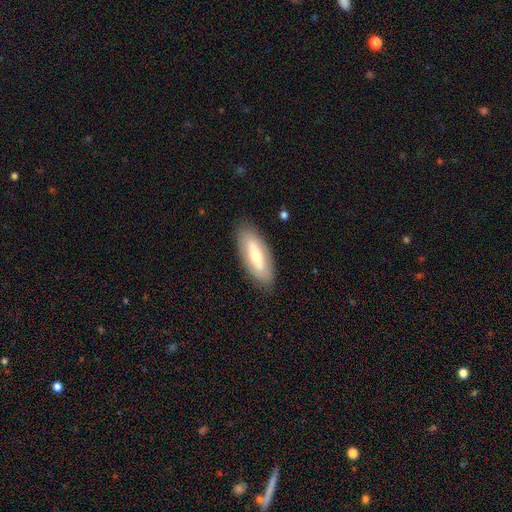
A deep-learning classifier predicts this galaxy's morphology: Overall: smooth (55%; featured or disk 40%). How rounded: in between (75%). Merging: none (84%).